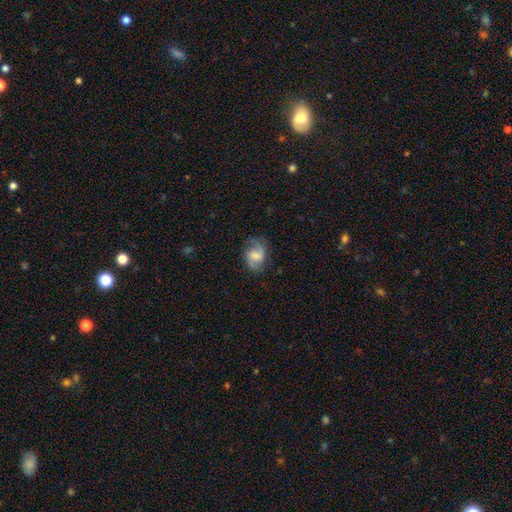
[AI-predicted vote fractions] Smooth or featured? Predicted: featured or disk (p=0.65). Edge-on disk? Predicted: no (p=0.97). Bar? Predicted: weak (p=0.52). Spiral arms? Predicted: yes (p=0.92). Spiral winding? Predicted: medium (p=0.46). Spiral arm count? Predicted: 2 (p=0.86). Bulge size? Predicted: moderate (p=0.37). Merging? Predicted: none (p=0.73).